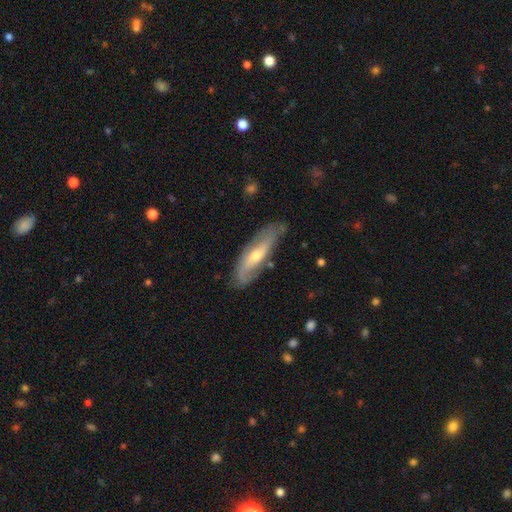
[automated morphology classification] Smooth or featured? Predicted: featured or disk (p=0.68). Edge-on disk? Predicted: no (p=0.73). Merging? Predicted: none (p=0.71).